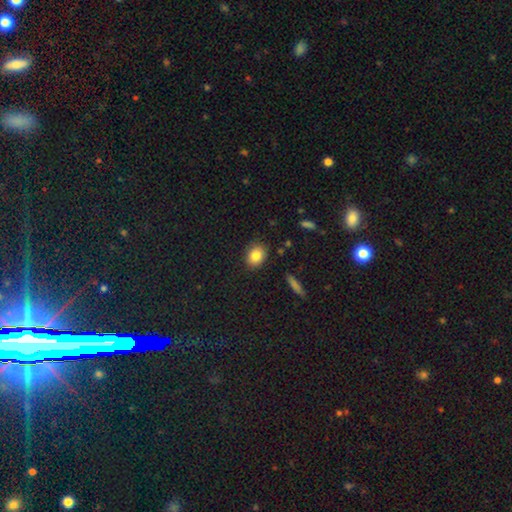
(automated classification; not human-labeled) This is clearly a smooth galaxy (83%). How rounded: possibly in between (53%). Merging: clearly none (87%).